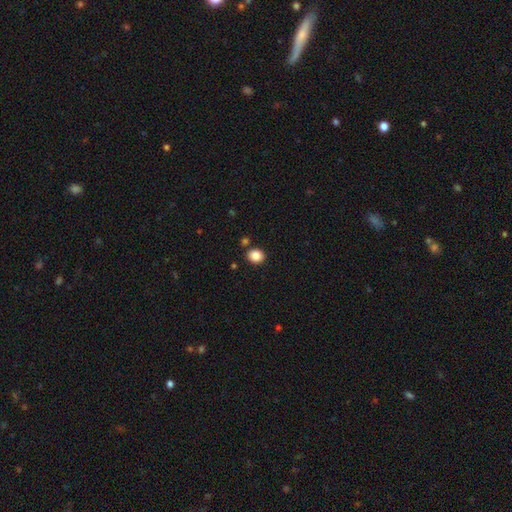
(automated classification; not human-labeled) Q: Smooth or featured?
A: smooth (86%); runner-up: star or artifact (9%)
Q: How rounded?
A: round (68%); runner-up: in between (31%)
Q: Merging?
A: none (85%); runner-up: minor disturbance (8%)